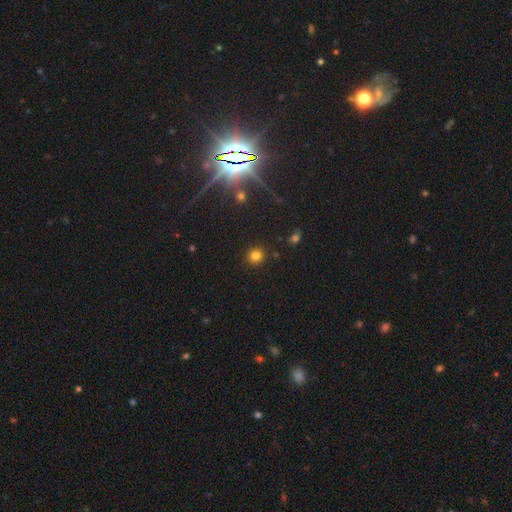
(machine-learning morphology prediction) A smooth galaxy with no disk features (81%) that is round (90%). Merging: none (89%).